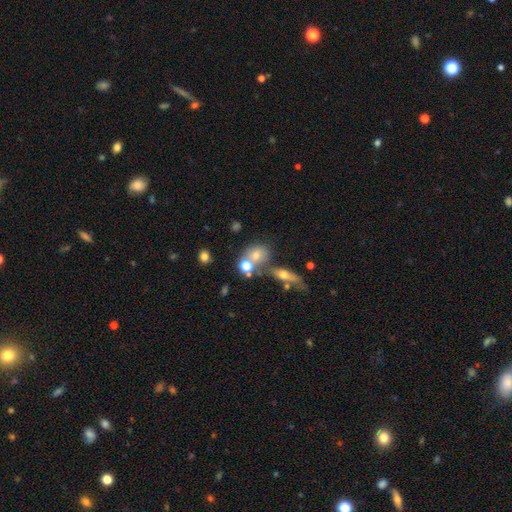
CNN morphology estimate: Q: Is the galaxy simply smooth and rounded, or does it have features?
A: smooth — 64%.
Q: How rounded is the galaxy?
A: round — 57%.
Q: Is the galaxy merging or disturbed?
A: none — 44%.